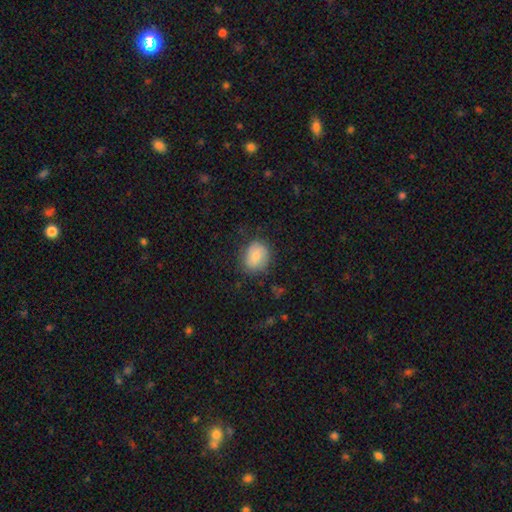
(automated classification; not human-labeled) A smooth galaxy with no disk features (76%) that is round (52%). Merging: none (75%).